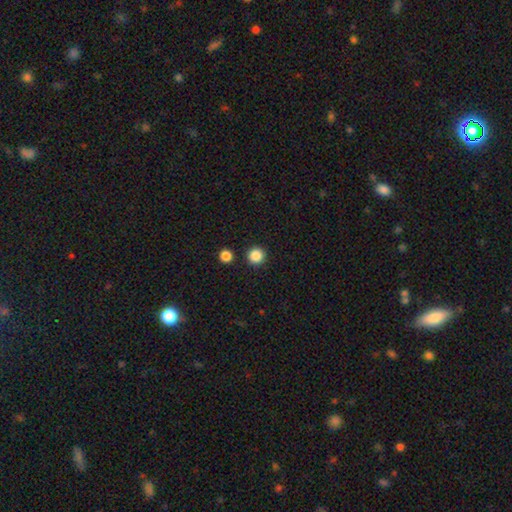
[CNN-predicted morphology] Smooth or featured? Predicted: smooth (p=0.86). How rounded? Predicted: round (p=0.96). Merging? Predicted: none (p=0.92).